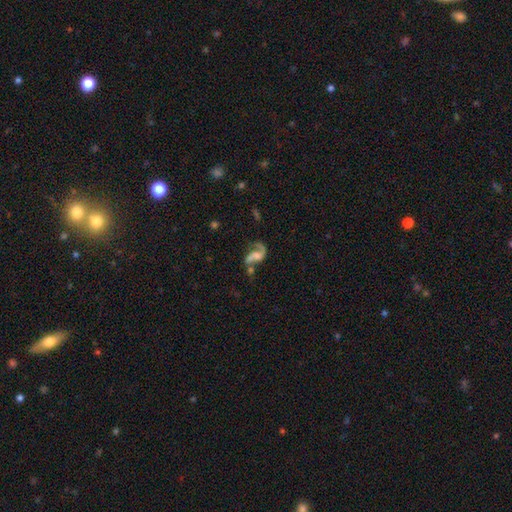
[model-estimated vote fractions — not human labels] Morphology: type=featured or disk (73%); edge-on=no (97%); bar=no (54%); spiral arms=yes (86%); winding=loose (69%); arm count=2 (67%); bulge=moderate (30%); merging=major disturbance (31%).